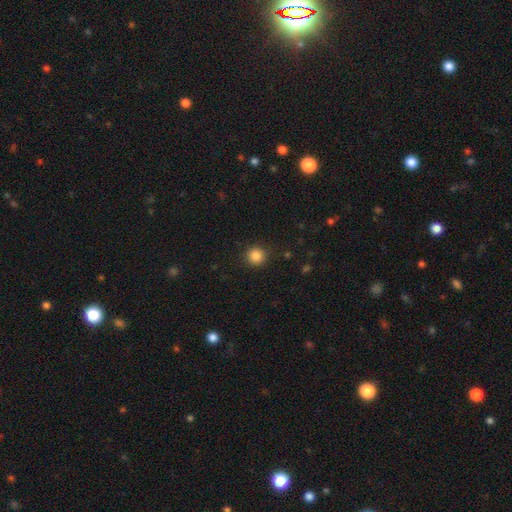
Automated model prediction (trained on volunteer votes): A smooth galaxy with no disk features (86%) that is round (93%).

Vote fractions:
- Smooth or featured? smooth: 86% / star or artifact: 10% / featured or disk: 3%
- How rounded? round: 93% / in between: 6% / cigar-shaped: 1%
- Merging? none: 91% / minor disturbance: 6% / major disturbance: 2% / merger: 1%